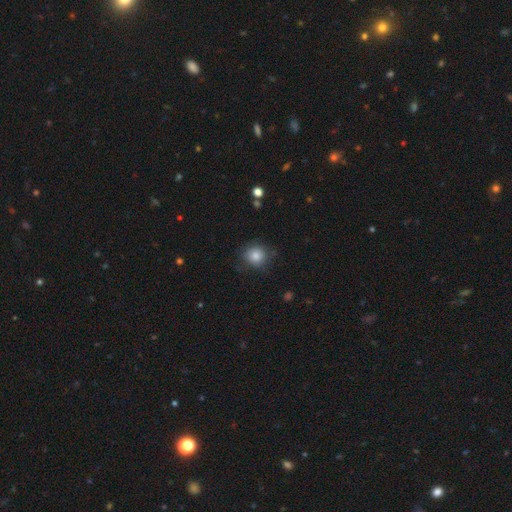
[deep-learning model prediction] Smooth or featured? smooth (84%)
How rounded? round (88%)
Merging? none (78%)